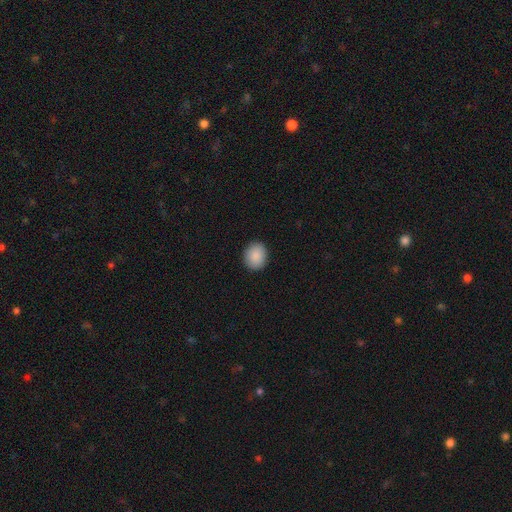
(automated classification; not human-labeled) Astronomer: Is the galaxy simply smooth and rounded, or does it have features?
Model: smooth — 90%.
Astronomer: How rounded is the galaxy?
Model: round — 65%.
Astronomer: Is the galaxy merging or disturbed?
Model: none — 91%.